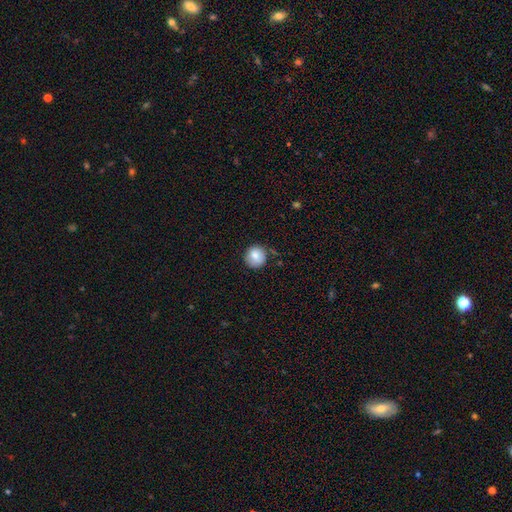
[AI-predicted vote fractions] smooth-or-featured: smooth: 81% | featured or disk: 11% | star or artifact: 8%
  how-rounded: round: 91% | in between: 8% | cigar-shaped: 1%
  merging: none: 74% | minor disturbance: 19% | major disturbance: 4% | merger: 2%